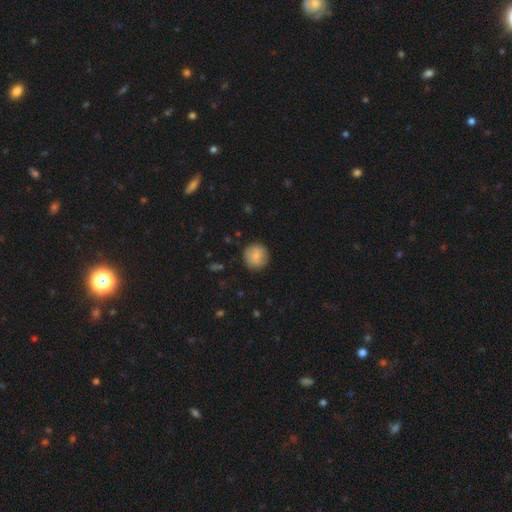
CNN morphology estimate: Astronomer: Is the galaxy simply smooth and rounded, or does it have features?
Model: smooth — 81%.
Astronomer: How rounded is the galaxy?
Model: round — 94%.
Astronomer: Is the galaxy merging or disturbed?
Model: none — 87%.